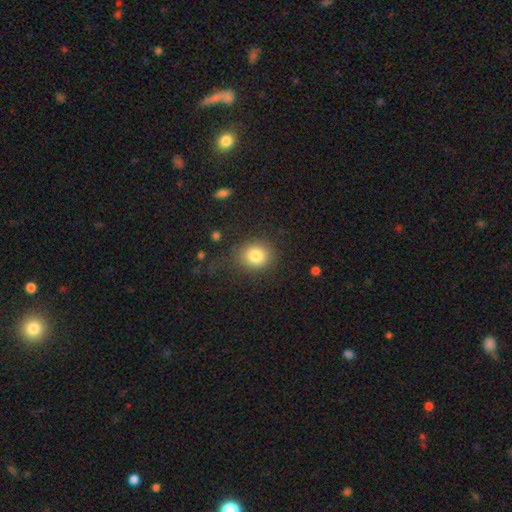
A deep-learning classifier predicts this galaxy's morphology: smooth 82%, star or artifact 10%, featured or disk 8%. Down the decision tree: how rounded — round (73%); merging — none (78%).